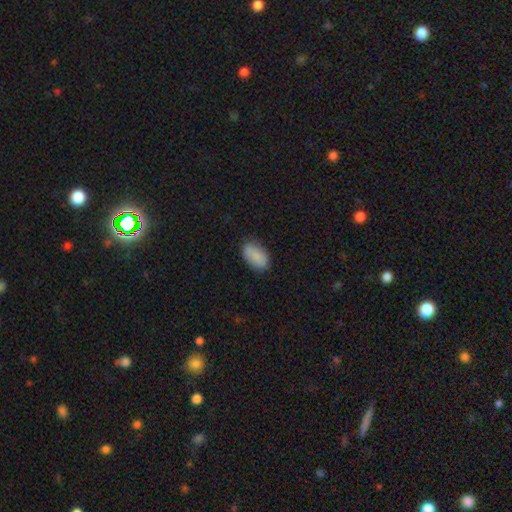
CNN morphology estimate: This is clearly a smooth galaxy (86%). How rounded: clearly in between (93%). Merging: clearly none (81%).